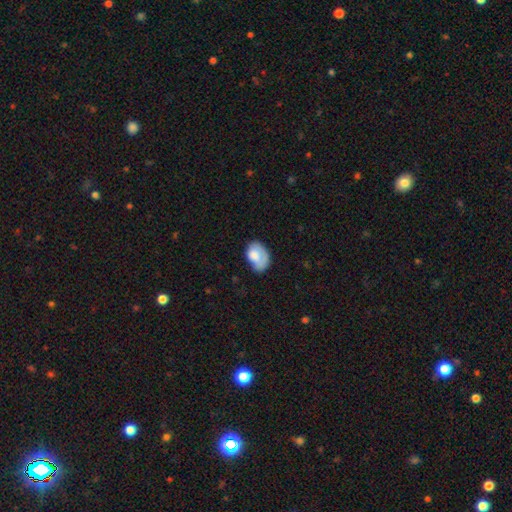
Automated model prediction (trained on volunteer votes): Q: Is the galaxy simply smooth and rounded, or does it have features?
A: smooth — 73%.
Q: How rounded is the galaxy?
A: in between — 83%.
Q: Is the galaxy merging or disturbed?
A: none — 42%.